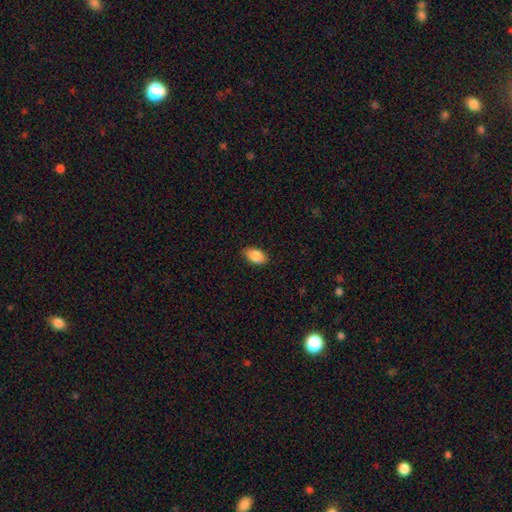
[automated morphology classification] smooth 87%, star or artifact 7%, featured or disk 6%. Down the decision tree: how rounded — in between (92%); merging — none (87%).